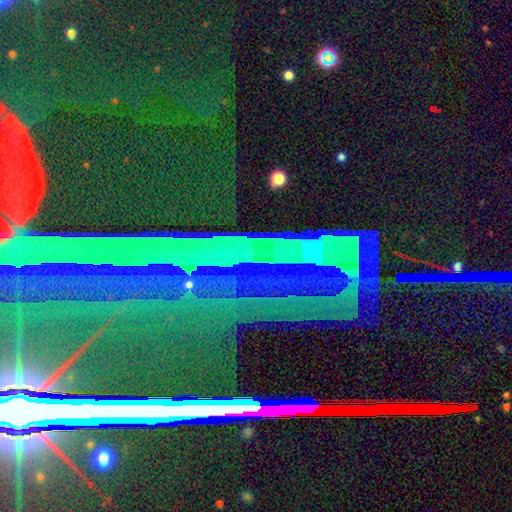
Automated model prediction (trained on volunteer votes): Smooth or featured? star or artifact (85%)